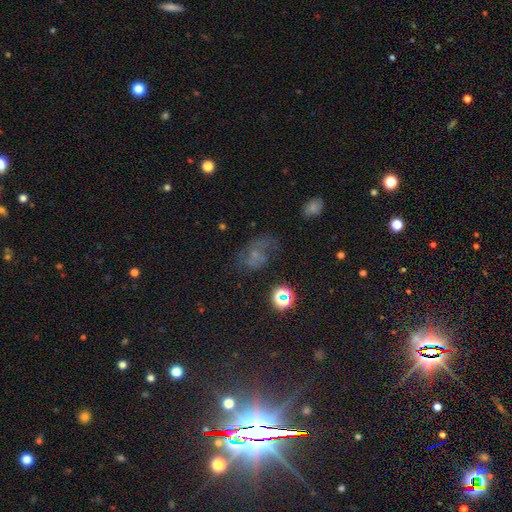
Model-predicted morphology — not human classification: type=featured or disk (36%); merging=none (43%).